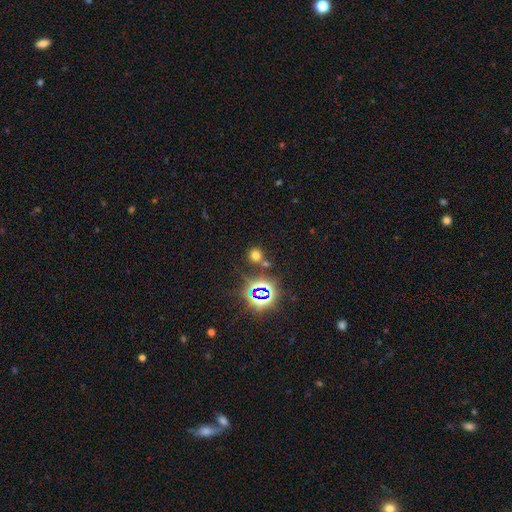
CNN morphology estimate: This appears to be a smooth galaxy with no disk features (58%) that is round (86%). Merging: none (73%).